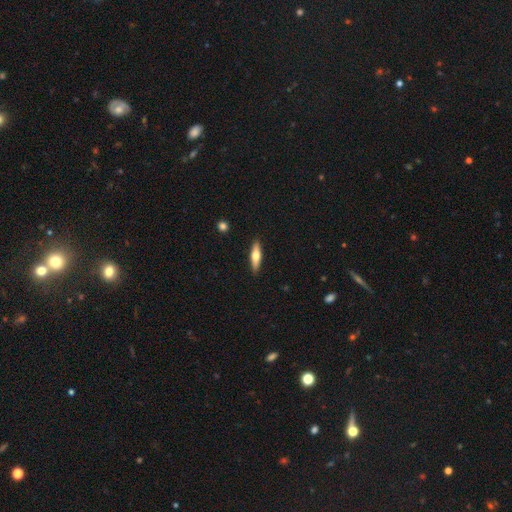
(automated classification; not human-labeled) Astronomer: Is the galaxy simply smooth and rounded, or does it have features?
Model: smooth — 56% (runner-up: featured or disk, 39%).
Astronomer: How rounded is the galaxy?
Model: cigar-shaped — 67%.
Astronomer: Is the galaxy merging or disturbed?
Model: none — 90%.